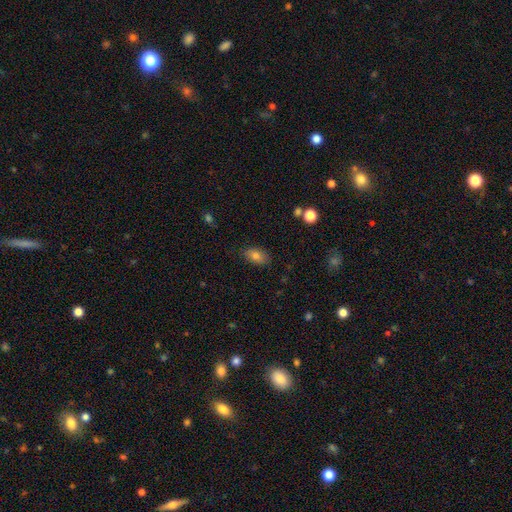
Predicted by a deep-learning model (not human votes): smooth 80%, featured or disk 11%, star or artifact 9%. Down the decision tree: how rounded — in between (90%); merging — none (83%).